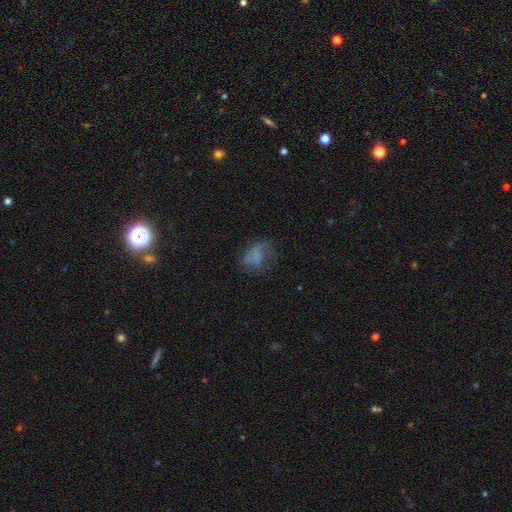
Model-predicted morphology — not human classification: Smooth or featured: smooth — 50% (featured or disk — 34%)
How rounded: in between — 64% (round — 34%)
Merging: none — 43% (major disturbance — 28%)